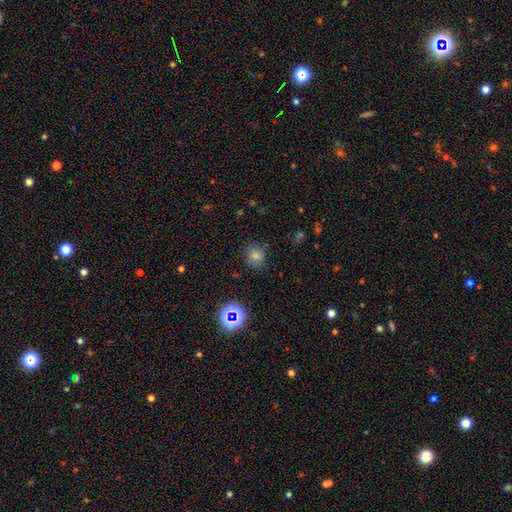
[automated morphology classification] smooth-or-featured: smooth: 72% | star or artifact: 21% | featured or disk: 7%
  how-rounded: round: 87% | in between: 12% | cigar-shaped: 1%
  merging: none: 84% | minor disturbance: 11% | major disturbance: 3% | merger: 2%